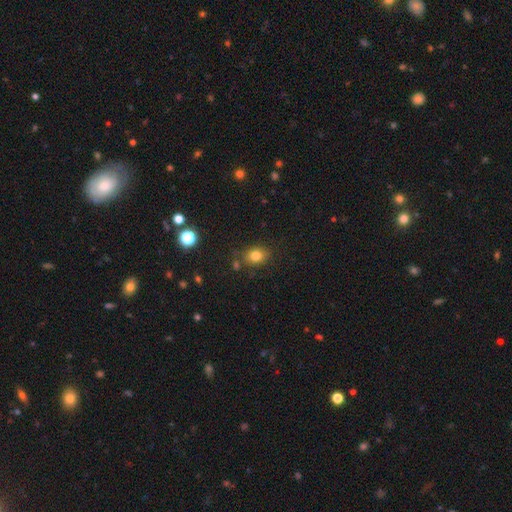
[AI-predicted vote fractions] The model was most divided on "how rounded": in between: 54%, round: 45%, cigar-shaped: 1%. More confident: smooth or featured — smooth (79%); merging — none (76%).